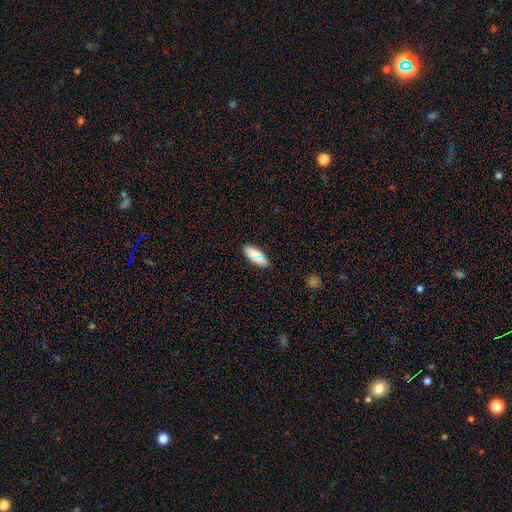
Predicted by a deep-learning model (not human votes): Smooth or featured? smooth (82%)
How rounded? in between (74%)
Merging? none (86%)